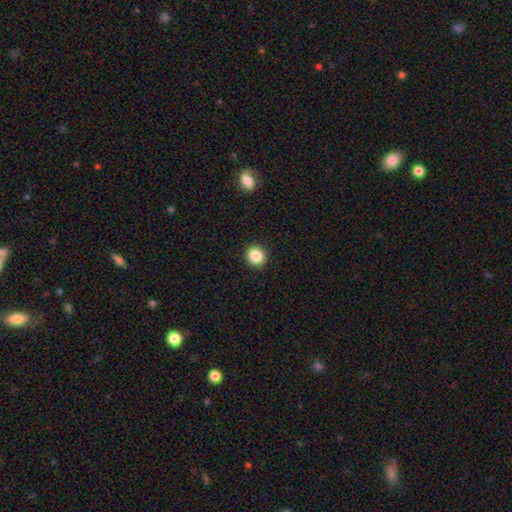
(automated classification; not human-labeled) Smooth or featured?
  - smooth: 86% *
  - star or artifact: 9%
  - featured or disk: 4%
How rounded?
  - round: 85% *
  - in between: 14%
  - cigar-shaped: 1%
Merging?
  - none: 92% *
  - minor disturbance: 5%
  - major disturbance: 2%
  - merger: 1%